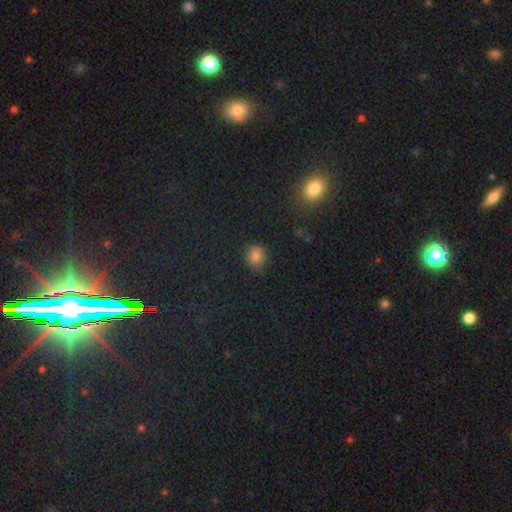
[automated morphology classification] This is likely a smooth galaxy (74%). How rounded: likely round (78%). Merging: likely none (77%).